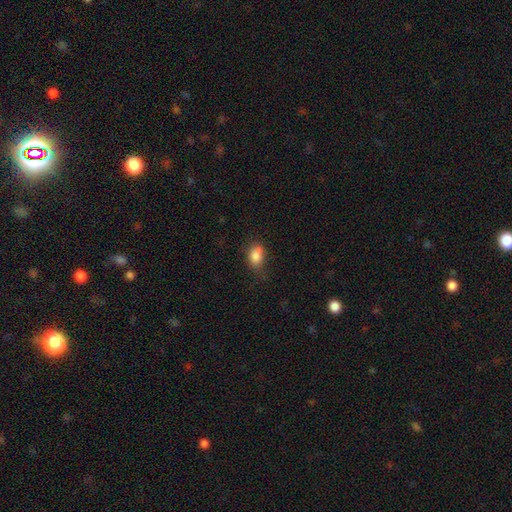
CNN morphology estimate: The model was most divided on "merging": none: 62%, minor disturbance: 28%, major disturbance: 8%, merger: 2%. More confident: smooth or featured — smooth (85%); how rounded — in between (80%).